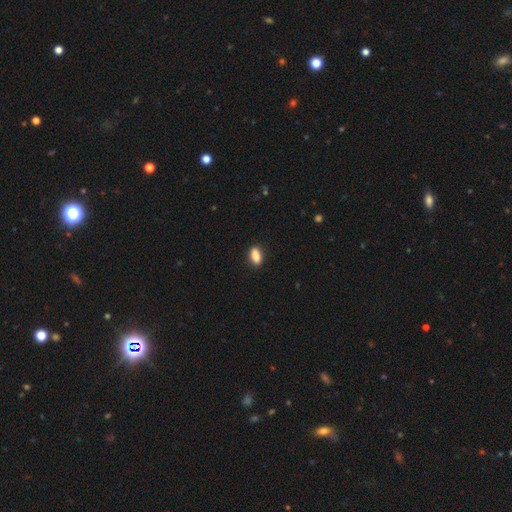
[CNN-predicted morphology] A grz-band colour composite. It shows a smooth galaxy with no disk features (88%) that is in between round and cigar-shaped (86%). Merging: none (87%).